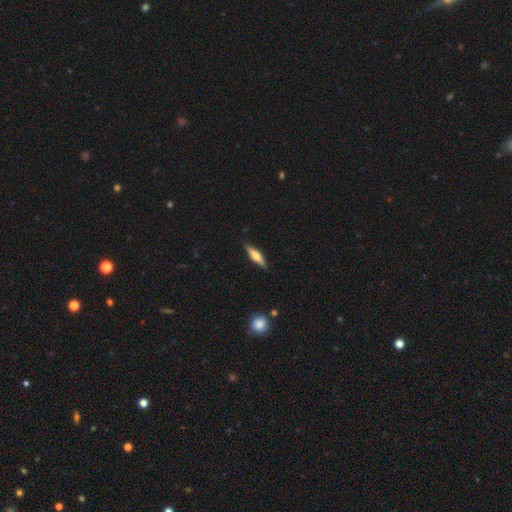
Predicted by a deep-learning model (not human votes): This appears to be a featured or disk galaxy (49%). Merging: none (88%).